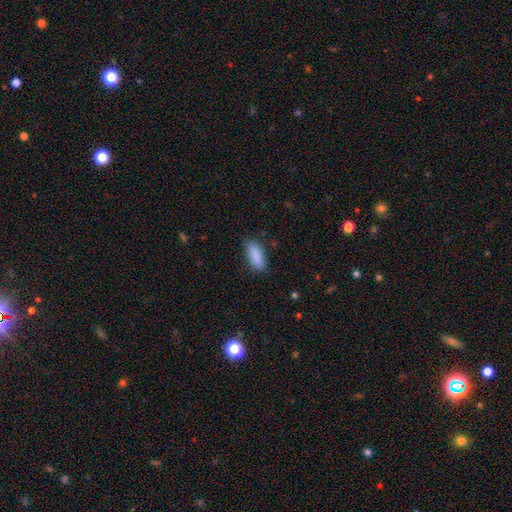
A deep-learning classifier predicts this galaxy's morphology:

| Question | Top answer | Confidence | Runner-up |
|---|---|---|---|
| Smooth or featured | smooth | 89% | star or artifact (6%) |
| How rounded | in between | 81% | cigar-shaped (17%) |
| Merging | none | 81% | minor disturbance (15%) |